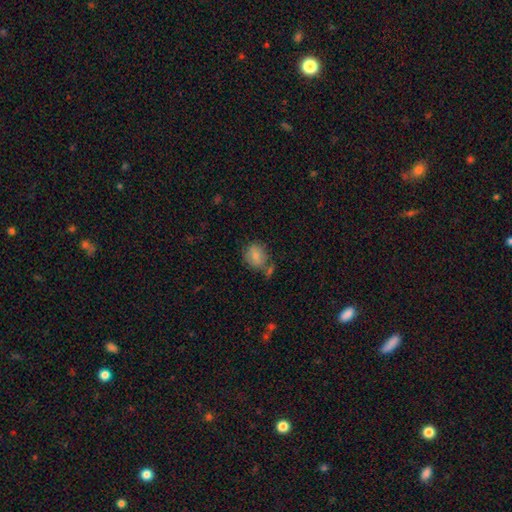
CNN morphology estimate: A smooth galaxy with no disk features (80%) that is round (66%).

Vote fractions:
- Smooth or featured? smooth: 80% / featured or disk: 12% / star or artifact: 8%
- How rounded? round: 66% / in between: 33% / cigar-shaped: 1%
- Merging? none: 60% / minor disturbance: 18% / merger: 15% / major disturbance: 6%